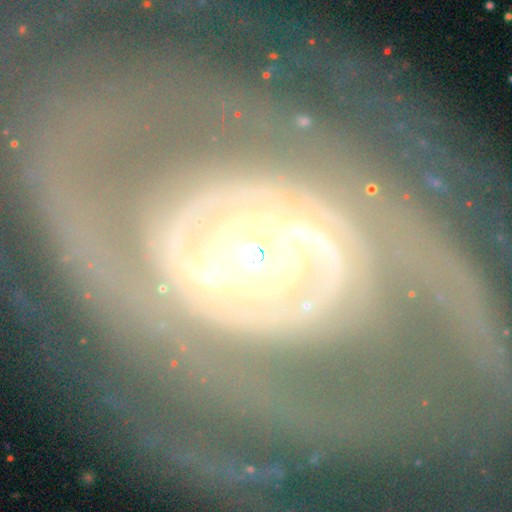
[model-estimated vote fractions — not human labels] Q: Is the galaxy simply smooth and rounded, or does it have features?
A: featured or disk — 89%.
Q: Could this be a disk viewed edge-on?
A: no — 96%.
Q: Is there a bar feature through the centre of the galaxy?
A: no — 38%.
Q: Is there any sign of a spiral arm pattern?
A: yes — 88%.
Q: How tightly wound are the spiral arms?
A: tight — 58%.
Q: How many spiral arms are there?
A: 2 — 56%.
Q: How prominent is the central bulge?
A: moderate — 62%.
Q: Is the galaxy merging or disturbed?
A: none — 61%.